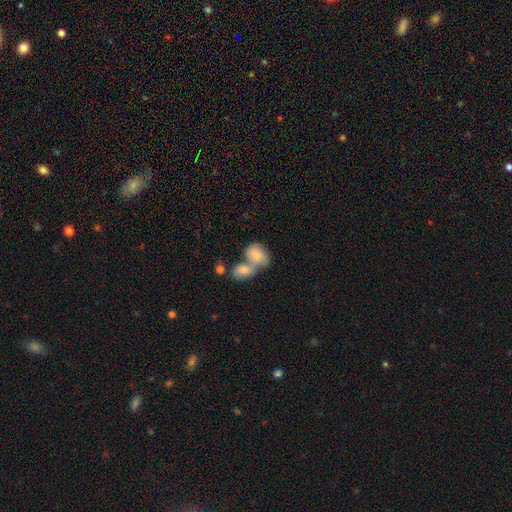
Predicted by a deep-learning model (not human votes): Smooth or featured: smooth — 77% (featured or disk — 16%)
How rounded: in between — 74% (round — 25%)
Merging: merger — 68% (none — 20%)